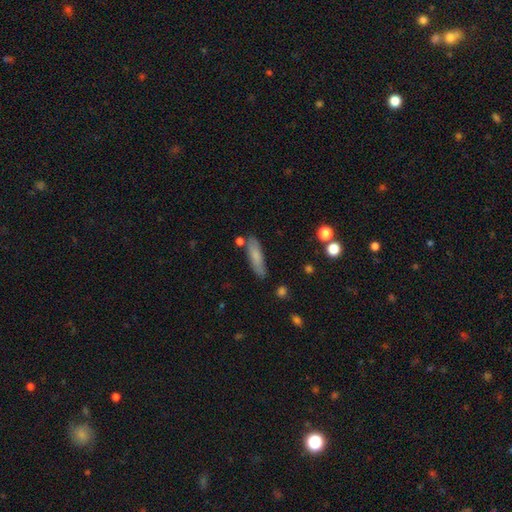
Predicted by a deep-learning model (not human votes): A smooth galaxy with no disk features (75%) that is cigar-shaped (68%). Merging: none (75%).